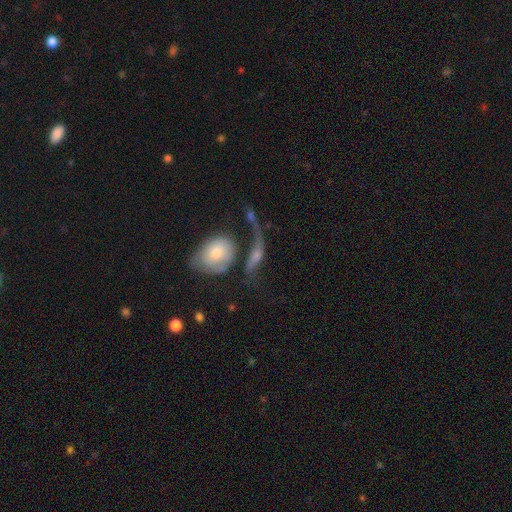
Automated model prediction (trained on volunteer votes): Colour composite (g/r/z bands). It shows a featured or disk galaxy (50%). Merging: merger (33%).